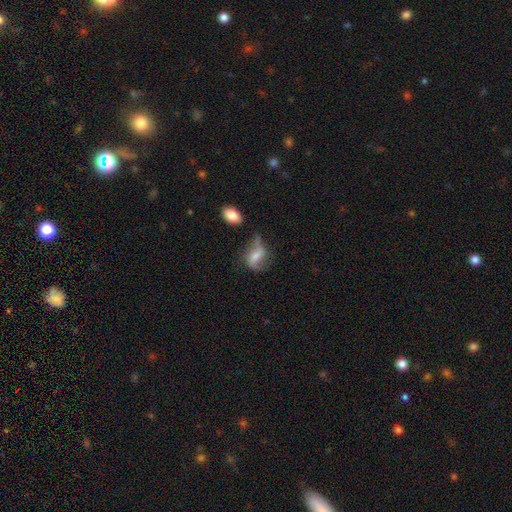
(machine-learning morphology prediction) smooth_or_featured: featured or disk (p=0.45) [tied with: smooth p=0.45]
merging: none (p=0.39) [alt: minor disturbance p=0.29]